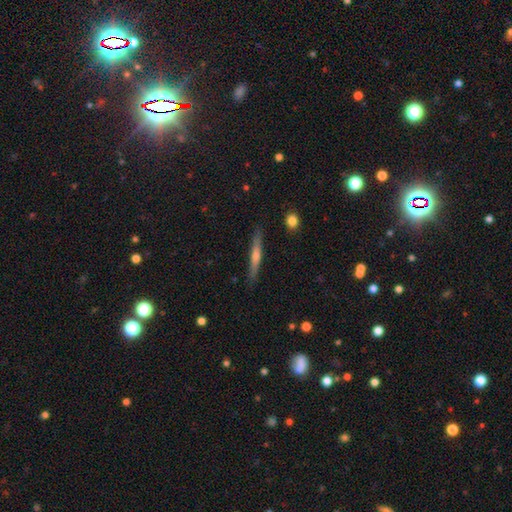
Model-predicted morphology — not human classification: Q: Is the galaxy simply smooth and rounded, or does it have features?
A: featured or disk — 52%.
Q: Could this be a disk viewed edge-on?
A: yes — 96%.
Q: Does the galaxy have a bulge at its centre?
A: rounded — 58%.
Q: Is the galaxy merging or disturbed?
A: none — 88%.